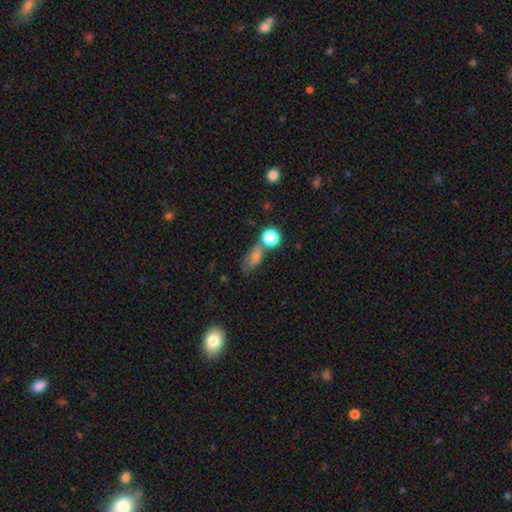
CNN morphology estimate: smooth 61%, star or artifact 22%, featured or disk 17%. Down the decision tree: how rounded — in between (60%); merging — none (53%).